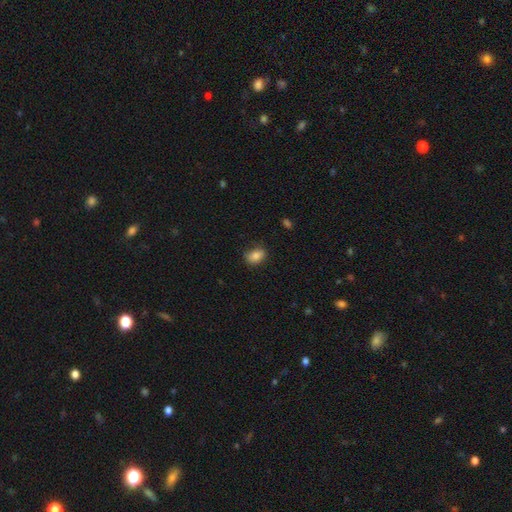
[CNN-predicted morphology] Q: Smooth or featured?
A: smooth (84%); runner-up: star or artifact (9%)
Q: How rounded?
A: in between (78%); runner-up: round (20%)
Q: Merging?
A: none (74%); runner-up: minor disturbance (20%)